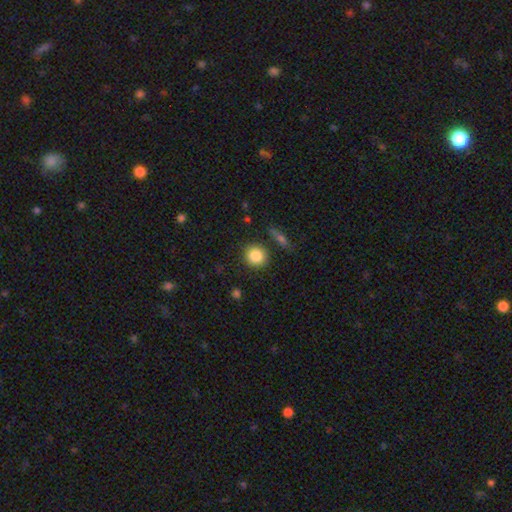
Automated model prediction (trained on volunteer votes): This is clearly a smooth galaxy (85%). How rounded: clearly round (88%). Merging: clearly none (86%).